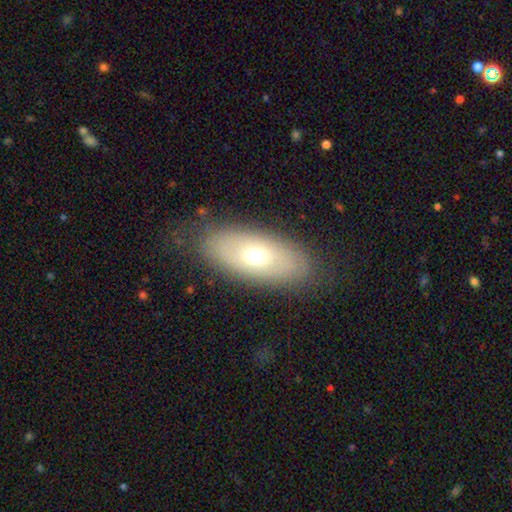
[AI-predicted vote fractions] This appears to be a smooth galaxy with no disk features (59%) that is in between round and cigar-shaped (86%). Merging: none (81%).